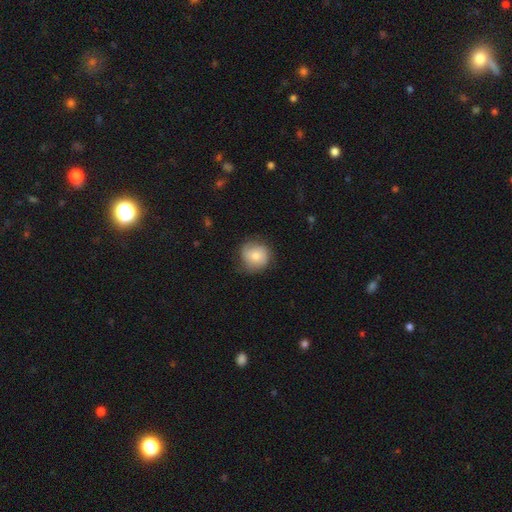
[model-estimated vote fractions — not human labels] A smooth galaxy with no disk features (71%) that is round (89%).

Vote fractions:
- Smooth or featured? smooth: 71% / featured or disk: 22% / star or artifact: 8%
- How rounded? round: 89% / in between: 10% / cigar-shaped: 1%
- Merging? none: 71% / minor disturbance: 22% / major disturbance: 6% / merger: 1%